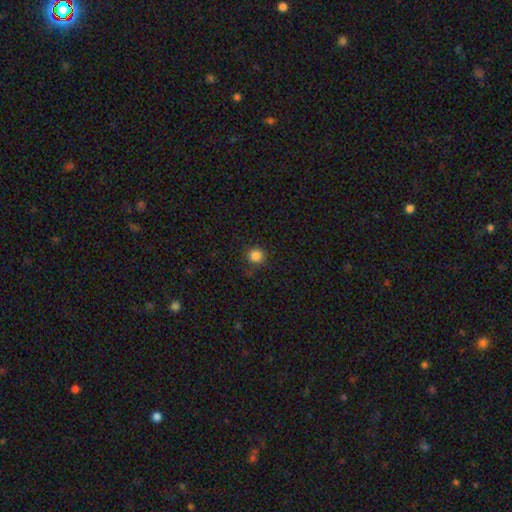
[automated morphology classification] smooth 85%, star or artifact 12%, featured or disk 3%. Down the decision tree: how rounded — round (92%); merging — none (85%).